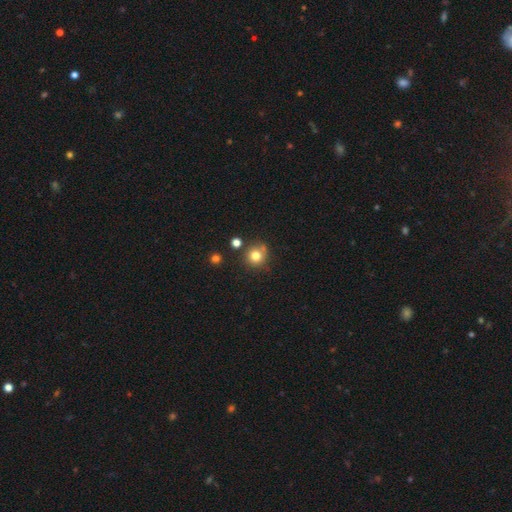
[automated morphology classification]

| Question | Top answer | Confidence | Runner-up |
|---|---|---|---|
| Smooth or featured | smooth | 79% | star or artifact (13%) |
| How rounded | round | 91% | in between (9%) |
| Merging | none | 72% | minor disturbance (14%) |